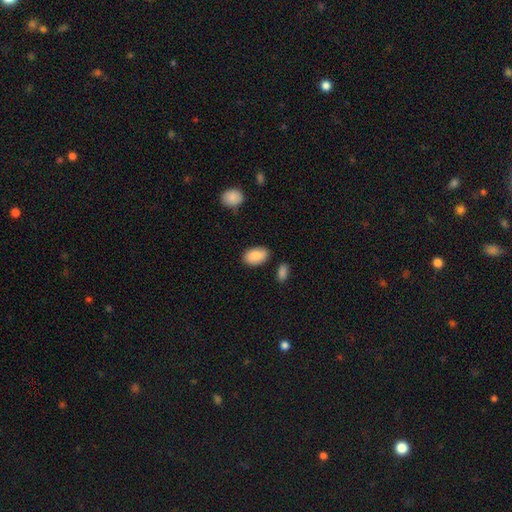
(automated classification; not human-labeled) Smooth or featured?
  - smooth: 86% *
  - featured or disk: 8%
  - star or artifact: 6%
How rounded?
  - in between: 93% *
  - round: 6%
  - cigar-shaped: 1%
Merging?
  - none: 81% *
  - minor disturbance: 13%
  - merger: 3%
  - major disturbance: 3%